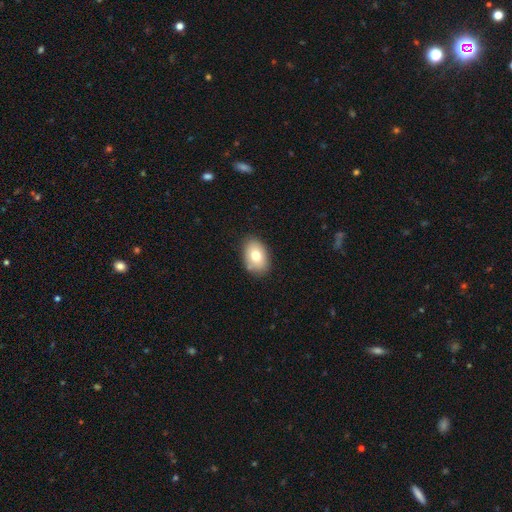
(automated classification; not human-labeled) Smooth or featured?
  - smooth: 76% *
  - featured or disk: 16%
  - star or artifact: 8%
How rounded?
  - in between: 83% *
  - round: 16%
  - cigar-shaped: 1%
Merging?
  - none: 82% *
  - minor disturbance: 13%
  - major disturbance: 3%
  - merger: 2%